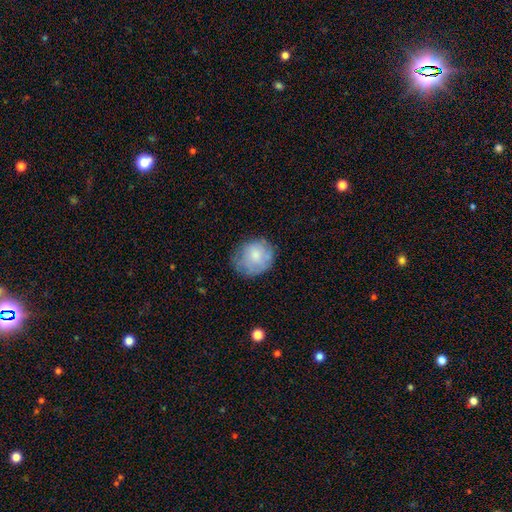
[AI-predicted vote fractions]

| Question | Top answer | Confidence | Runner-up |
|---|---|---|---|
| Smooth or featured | smooth | 73% | featured or disk (20%) |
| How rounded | round | 72% | in between (27%) |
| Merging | none | 65% | minor disturbance (25%) |